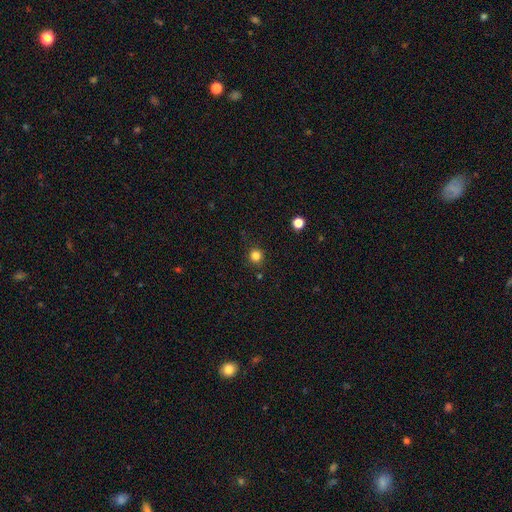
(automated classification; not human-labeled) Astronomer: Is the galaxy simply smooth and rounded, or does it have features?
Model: smooth — 83%.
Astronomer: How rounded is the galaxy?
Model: round — 93%.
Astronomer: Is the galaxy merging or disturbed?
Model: none — 88%.